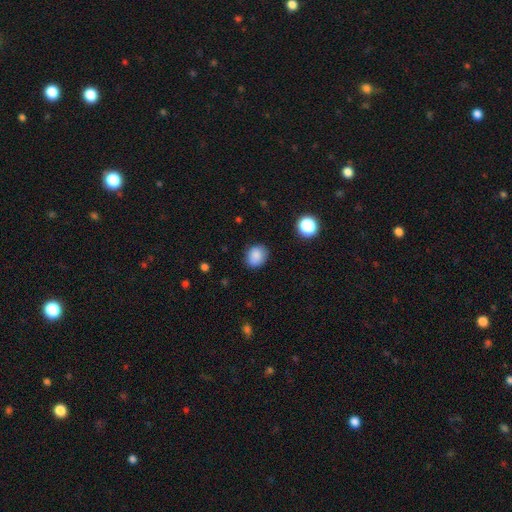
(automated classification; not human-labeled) smooth 85%, star or artifact 10%, featured or disk 5%. Down the decision tree: how rounded — round (57%); merging — none (80%).